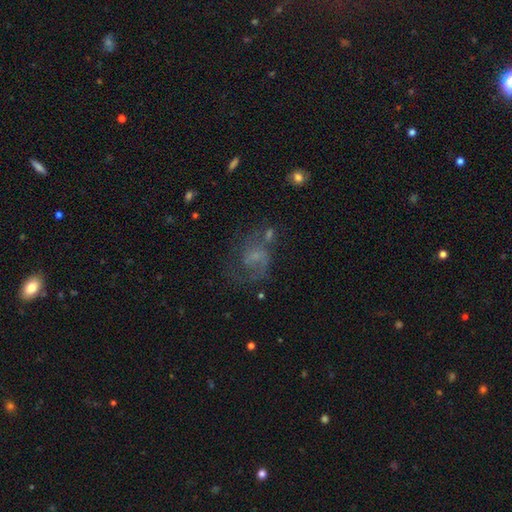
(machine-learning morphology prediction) featured or disk 61%, smooth 22%, star or artifact 17%. Down the decision tree: edge-on disk — no (97%); bar — no (62%); spiral arms — yes (79%); bulge size — small (48%); merging — none (46%).